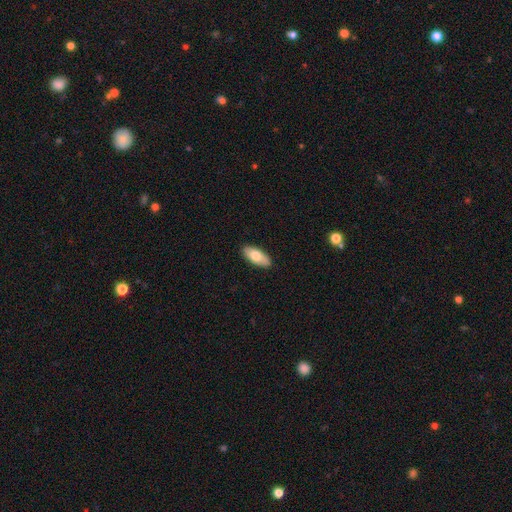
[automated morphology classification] smooth 75%, featured or disk 19%, star or artifact 6%. Down the decision tree: how rounded — in between (87%); merging — none (88%).